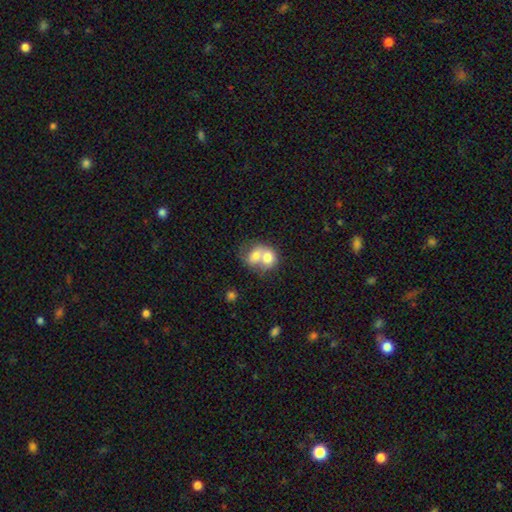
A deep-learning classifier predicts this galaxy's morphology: Smooth or featured: smooth — 68% (featured or disk — 25%)
How rounded: in between — 50% (round — 49%)
Merging: merger — 77% (none — 14%)